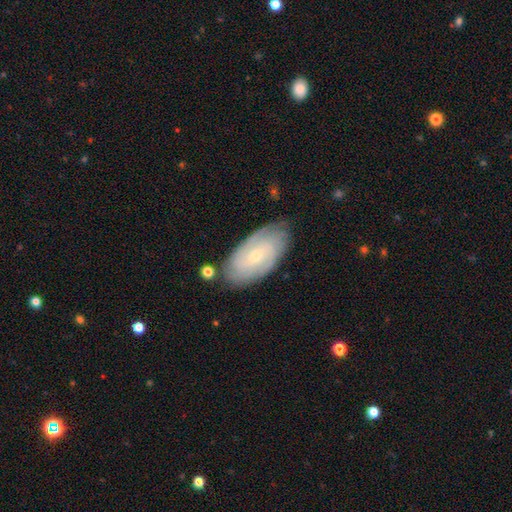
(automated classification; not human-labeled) Smooth or featured?
  - featured or disk: 71% *
  - smooth: 22%
  - star or artifact: 6%
Edge-on disk?
  - no: 93% *
  - yes: 7%
Bar?
  - no: 60% *
  - weak: 33%
  - strong: 7%
Spiral arms?
  - yes: 90% *
  - no: 10%
Spiral winding?
  - tight: 64% *
  - medium: 27%
  - loose: 9%
Spiral arm count?
  - can't tell: 43% *
  - 2: 23%
  - 3: 15%
  - 4: 12%
  - more than 4: 4%
  - 1: 4%
Bulge size?
  - small: 74% *
  - moderate: 23%
  - none: 1%
  - large: 1%
  - dominant: 1%
Merging?
  - none: 79% *
  - minor disturbance: 16%
  - major disturbance: 3%
  - merger: 2%